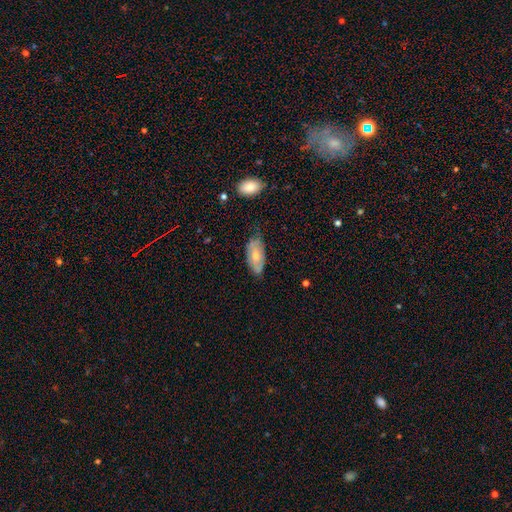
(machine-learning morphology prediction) Smooth or featured? Predicted: smooth (p=0.56). How rounded? Predicted: in between (p=0.91). Merging? Predicted: none (p=0.62).